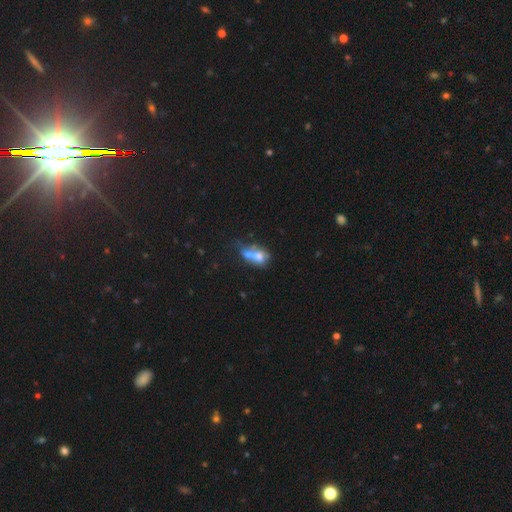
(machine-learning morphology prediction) smooth 54%, featured or disk 33%, star or artifact 12%. Down the decision tree: how rounded — in between (71%); merging — merger (44%).